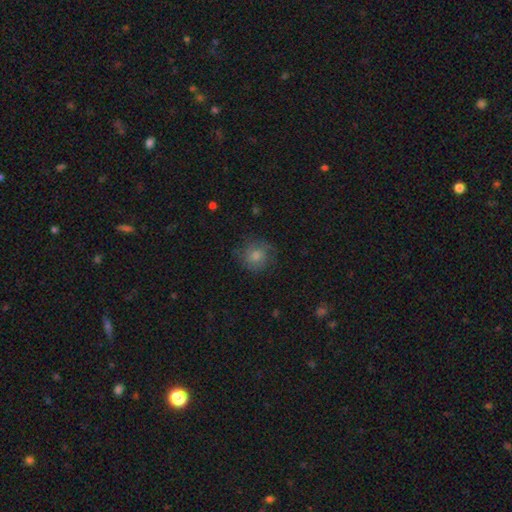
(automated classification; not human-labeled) Morphology: type=smooth (69%); roundness=round (87%); merging=none (71%).